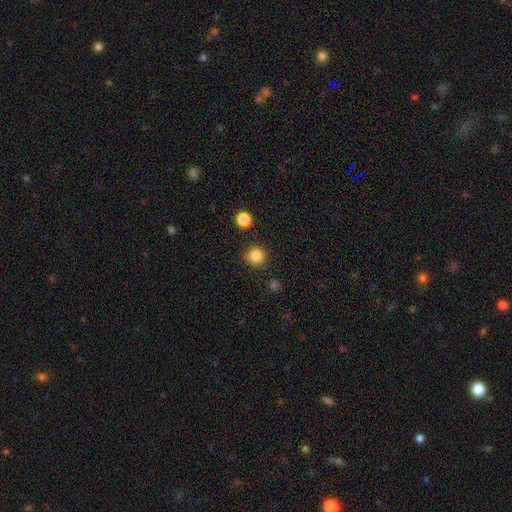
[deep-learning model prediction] Smooth or featured?
  - smooth: 85% *
  - star or artifact: 11%
  - featured or disk: 3%
How rounded?
  - round: 92% *
  - in between: 7%
  - cigar-shaped: 1%
Merging?
  - none: 86% *
  - minor disturbance: 8%
  - merger: 3%
  - major disturbance: 3%